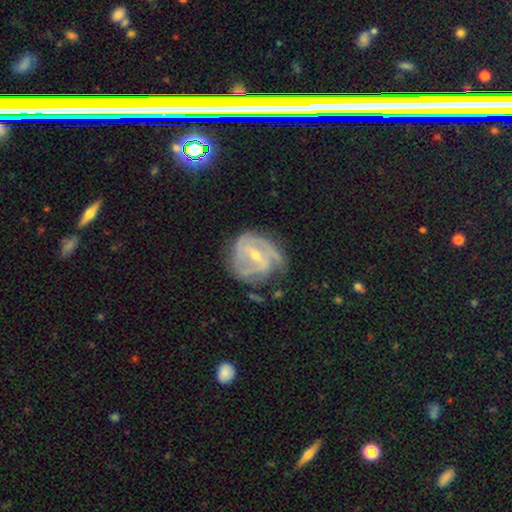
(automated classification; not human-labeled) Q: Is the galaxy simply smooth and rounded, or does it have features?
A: featured or disk — 84%.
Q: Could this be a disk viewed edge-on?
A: no — 97%.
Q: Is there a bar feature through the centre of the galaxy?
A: weak — 47%.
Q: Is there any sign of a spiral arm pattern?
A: yes — 92%.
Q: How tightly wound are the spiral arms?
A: tight — 52%.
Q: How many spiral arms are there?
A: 2 — 32%.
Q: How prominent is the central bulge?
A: small — 59%.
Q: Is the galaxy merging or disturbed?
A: none — 54%.